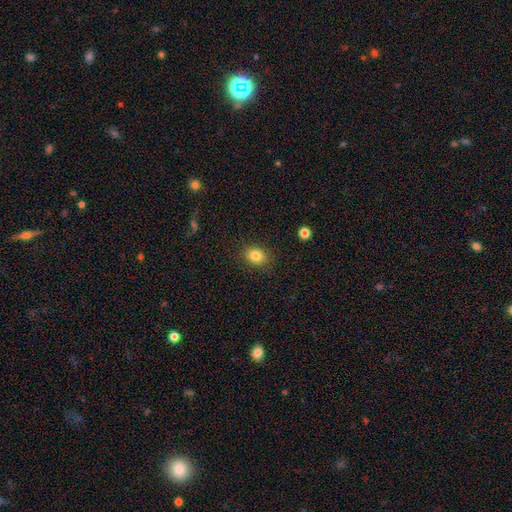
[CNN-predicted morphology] Overall: smooth (83%). How rounded: in between (58%; round 41%). Merging: none (86%).